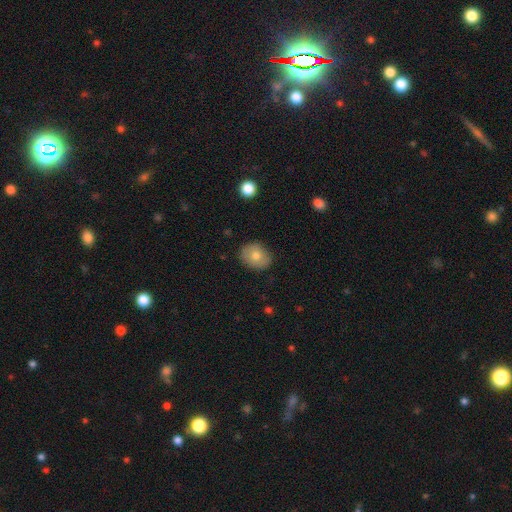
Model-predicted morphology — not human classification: Smooth or featured? Predicted: smooth (p=0.75). How rounded? Predicted: round (p=0.51). Merging? Predicted: none (p=0.85).